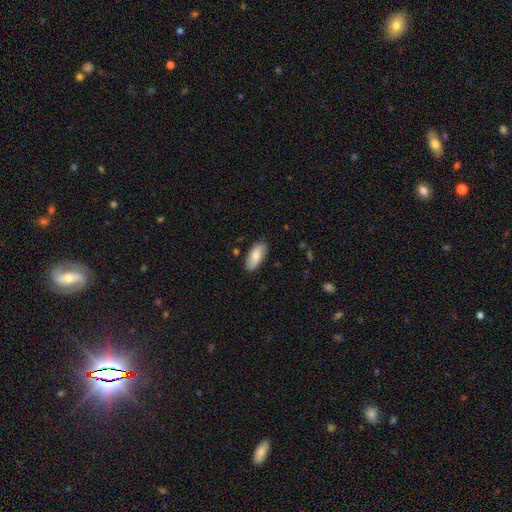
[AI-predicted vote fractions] smooth 80%, featured or disk 14%, star or artifact 6%. Down the decision tree: how rounded — in between (90%); merging — none (86%).